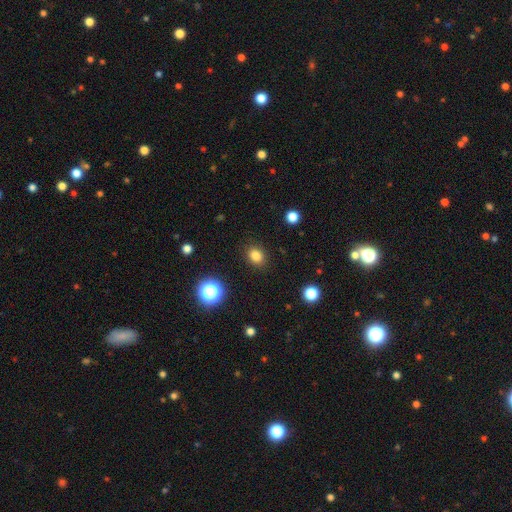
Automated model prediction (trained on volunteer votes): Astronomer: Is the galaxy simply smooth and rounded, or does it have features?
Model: smooth — 82%.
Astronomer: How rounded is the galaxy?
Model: round — 52% (runner-up: in between, 47%).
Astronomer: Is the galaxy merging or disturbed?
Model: none — 89%.